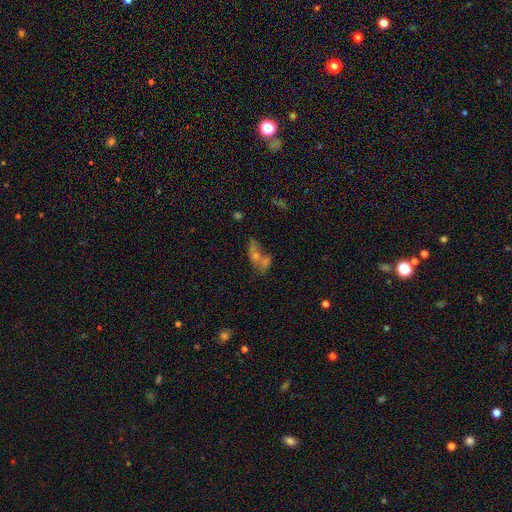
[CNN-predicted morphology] Smooth or featured? smooth (44%)
Merging? merger (46%)